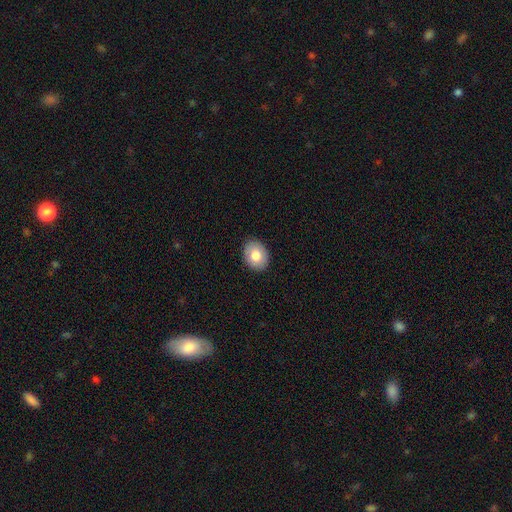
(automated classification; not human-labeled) Smooth or featured? Predicted: smooth (p=0.80). How rounded? Predicted: in between (p=0.56). Merging? Predicted: none (p=0.89).